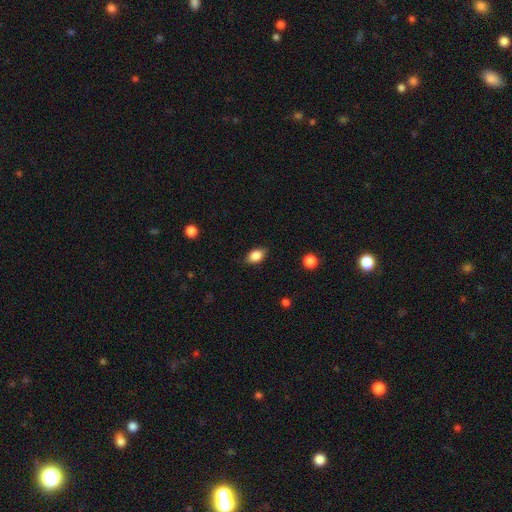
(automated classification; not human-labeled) Q: Smooth or featured?
A: smooth (85%); runner-up: star or artifact (8%)
Q: How rounded?
A: in between (84%); runner-up: round (14%)
Q: Merging?
A: none (82%); runner-up: minor disturbance (14%)